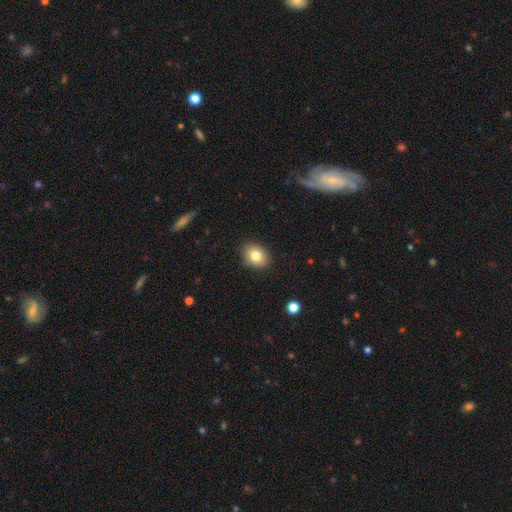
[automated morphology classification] Overall: smooth (80%). How rounded: in between (57%; round 42%). Merging: none (87%).